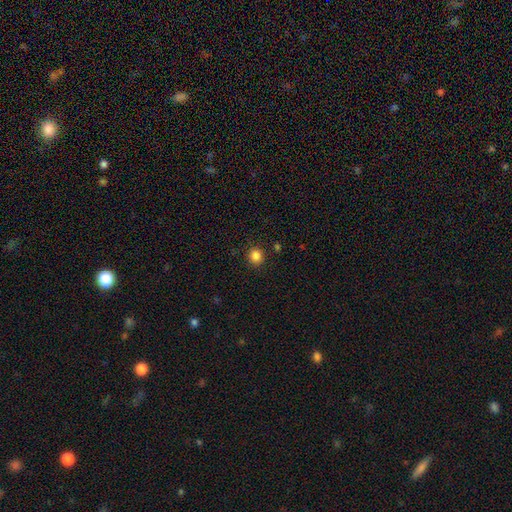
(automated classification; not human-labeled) Overall: smooth (84%). How rounded: round (87%). Merging: none (89%).